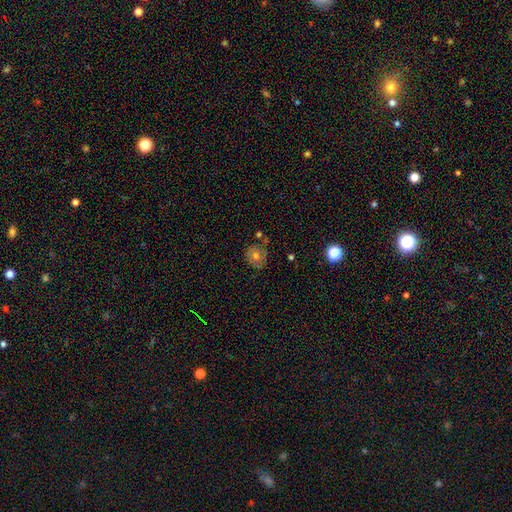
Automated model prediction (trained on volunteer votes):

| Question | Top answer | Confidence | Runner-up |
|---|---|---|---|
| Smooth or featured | smooth | 57% | featured or disk (30%) |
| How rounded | round | 84% | in between (15%) |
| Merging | none | 70% | minor disturbance (18%) |